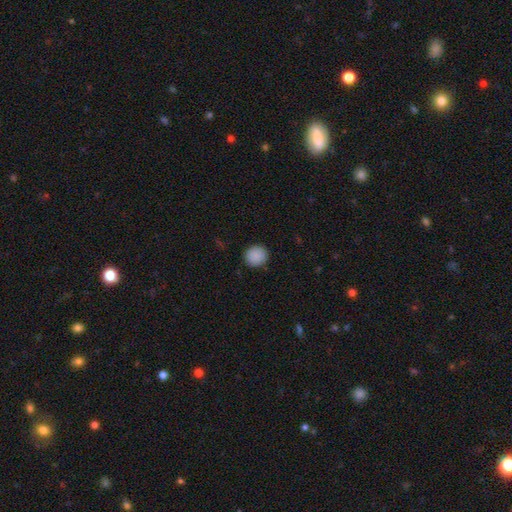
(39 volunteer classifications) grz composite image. It shows a smooth galaxy with no disk features (92%) that is round (89%). Merging: none (92%).